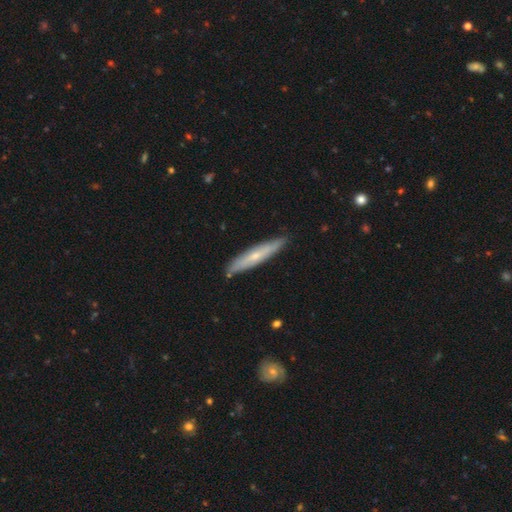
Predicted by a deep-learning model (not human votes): This appears to be a featured or disk galaxy (48%). Merging: none (86%).